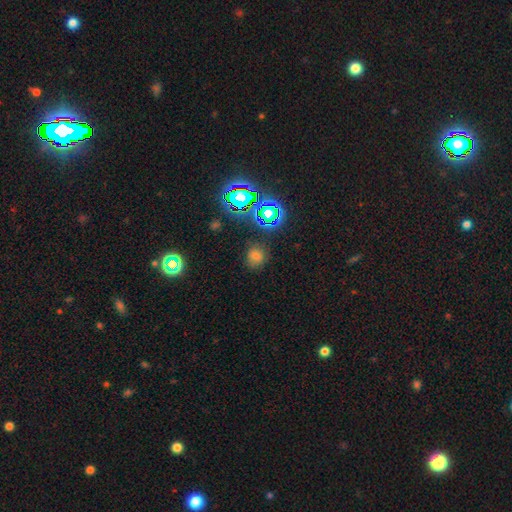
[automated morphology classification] Q: Smooth or featured?
A: smooth (63%); runner-up: star or artifact (29%)
Q: How rounded?
A: round (82%); runner-up: in between (16%)
Q: Merging?
A: none (84%); runner-up: minor disturbance (10%)